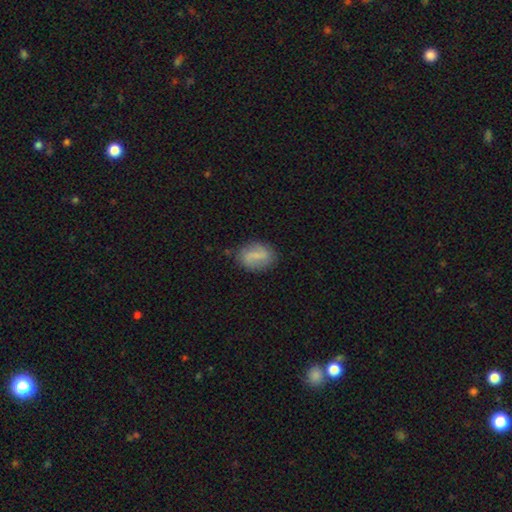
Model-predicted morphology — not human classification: Smooth or featured? smooth (49%)
Merging? none (75%)